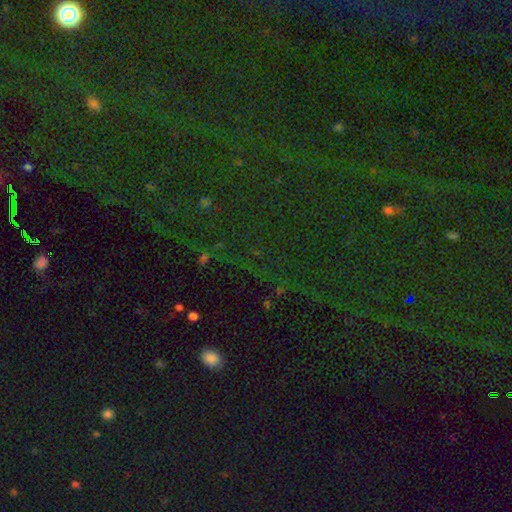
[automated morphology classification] Smooth or featured?
  - star or artifact: 82% *
  - smooth: 11%
  - featured or disk: 7%